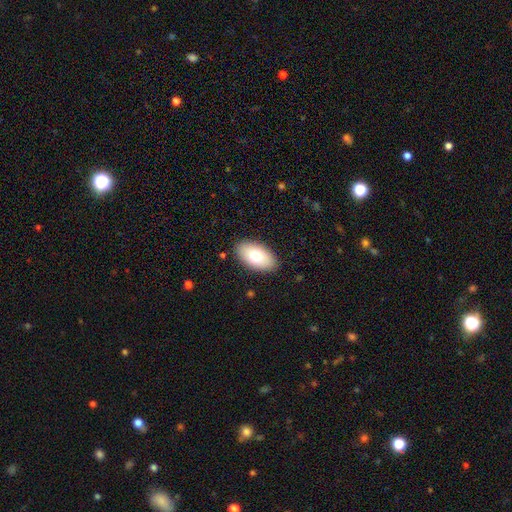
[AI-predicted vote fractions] A smooth galaxy with no disk features (74%) that is in between round and cigar-shaped (95%).

Vote fractions:
- Smooth or featured? smooth: 74% / featured or disk: 19% / star or artifact: 7%
- How rounded? in between: 95% / round: 4% / cigar-shaped: 2%
- Merging? none: 88% / minor disturbance: 9% / major disturbance: 2% / merger: 1%